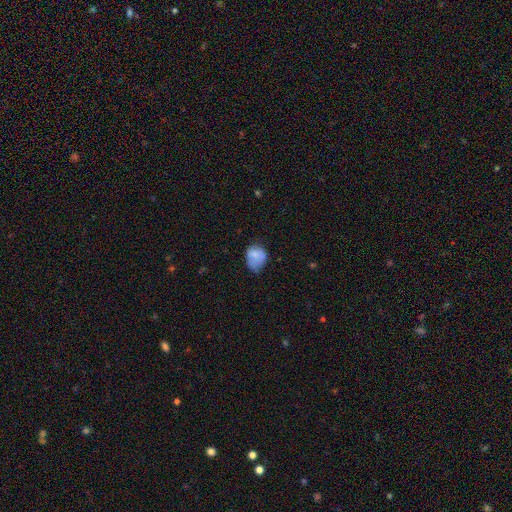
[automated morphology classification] The model was most divided on "merging" (2-way tie): none: 40%, minor disturbance: 40%, major disturbance: 16%, merger: 3%. More confident: smooth or featured — smooth (74%); how rounded — round (51%).